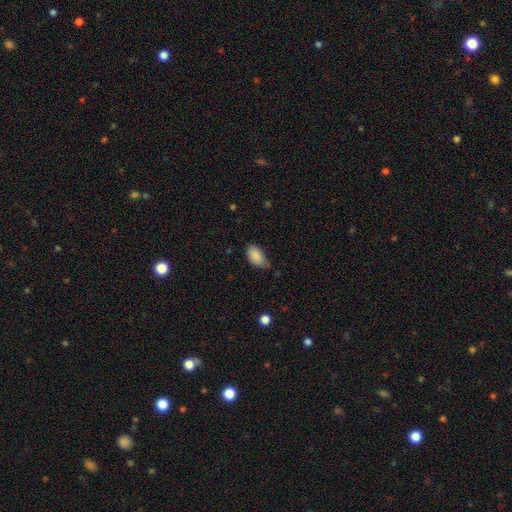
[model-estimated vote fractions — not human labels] A smooth galaxy with no disk features (88%) that is in between round and cigar-shaped (94%).

Vote fractions:
- Smooth or featured? smooth: 88% / star or artifact: 7% / featured or disk: 5%
- How rounded? in between: 94% / round: 4% / cigar-shaped: 2%
- Merging? none: 61% / minor disturbance: 31% / major disturbance: 5% / merger: 2%